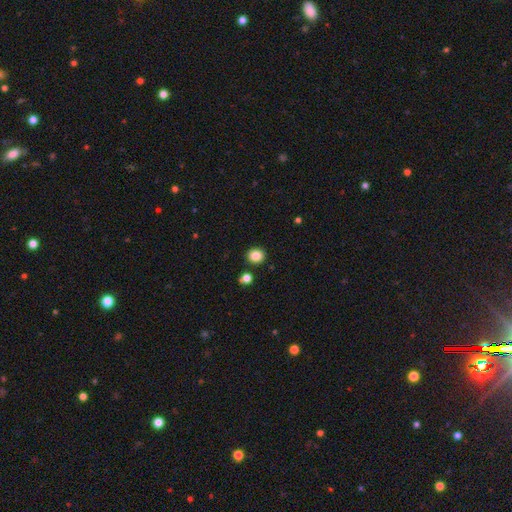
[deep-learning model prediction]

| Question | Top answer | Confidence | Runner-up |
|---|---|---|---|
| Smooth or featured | smooth | 85% | star or artifact (10%) |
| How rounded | round | 82% | in between (17%) |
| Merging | none | 89% | minor disturbance (6%) |